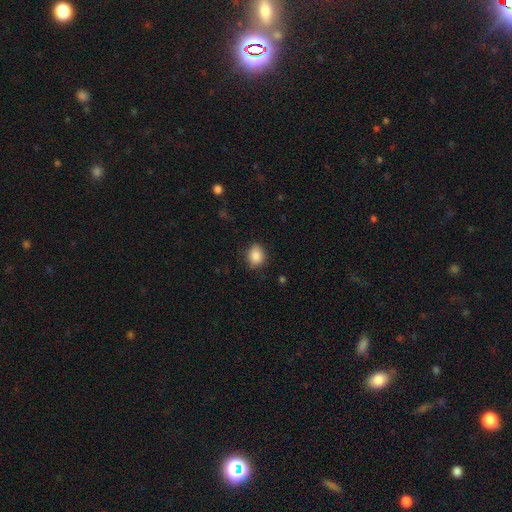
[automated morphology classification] This is clearly a smooth galaxy (87%). How rounded: possibly in between (50%). Merging: clearly none (83%).